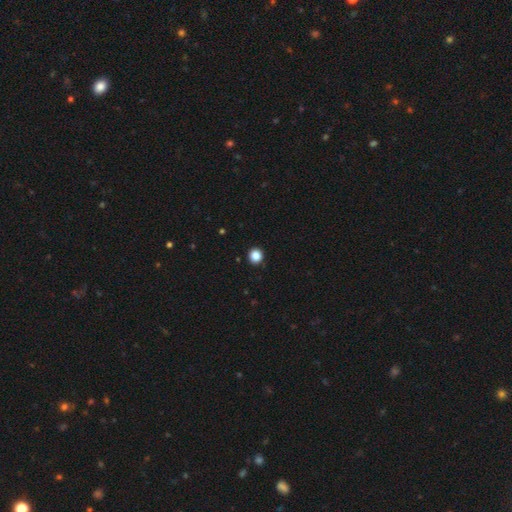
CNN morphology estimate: A smooth galaxy with no disk features (86%) that is round (93%). Merging: none (93%).